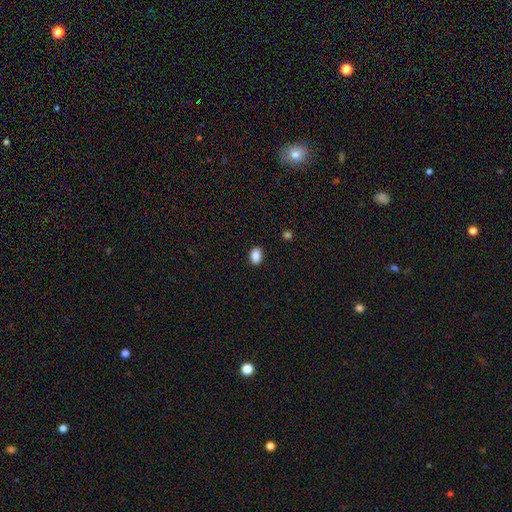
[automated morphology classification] Overall: smooth (88%). How rounded: in between (80%). Merging: none (89%).